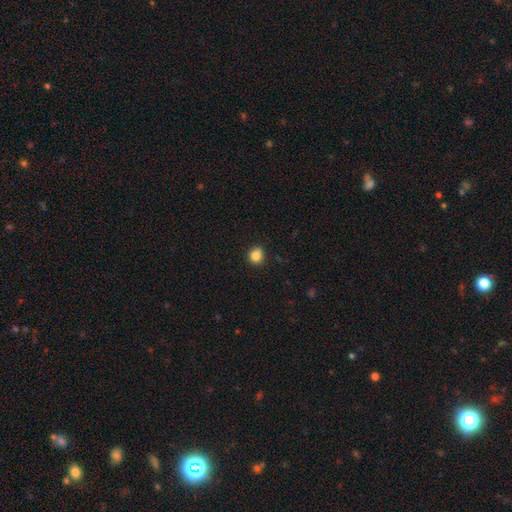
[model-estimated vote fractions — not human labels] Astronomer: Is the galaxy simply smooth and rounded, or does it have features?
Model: smooth — 85%.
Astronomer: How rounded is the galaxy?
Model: round — 74%.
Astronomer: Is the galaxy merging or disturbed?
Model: none — 84%.